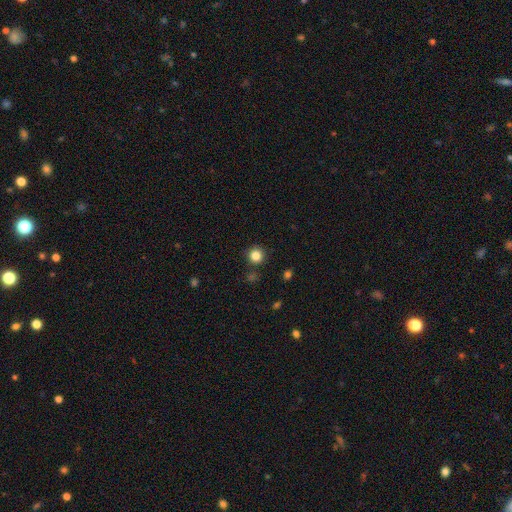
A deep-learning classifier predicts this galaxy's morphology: Q: Smooth or featured?
A: smooth (83%); runner-up: star or artifact (12%)
Q: How rounded?
A: round (94%); runner-up: in between (5%)
Q: Merging?
A: none (89%); runner-up: minor disturbance (6%)